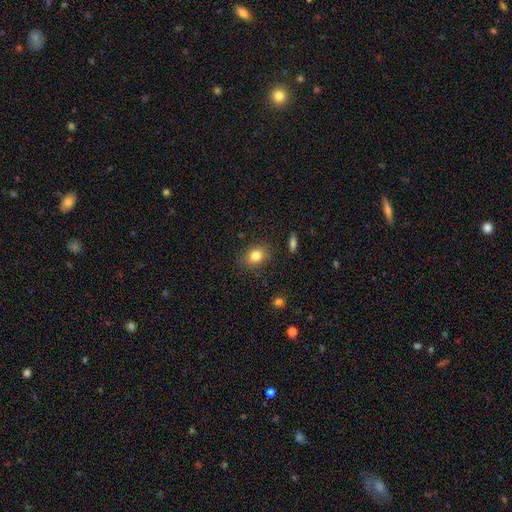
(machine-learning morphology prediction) This appears to be a smooth galaxy with no disk features (81%) that is round (51%). Merging: none (84%).